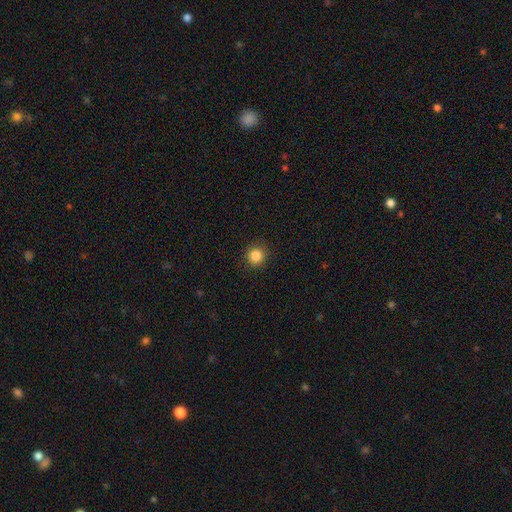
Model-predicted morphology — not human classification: Smooth or featured? Predicted: smooth (p=0.86). How rounded? Predicted: round (p=0.92). Merging? Predicted: none (p=0.90).